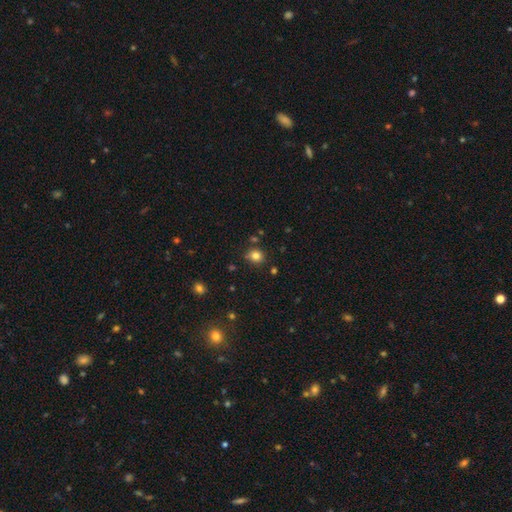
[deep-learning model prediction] The model was most divided on "how rounded": round: 80%, in between: 19%, cigar-shaped: 1%. More confident: smooth or featured — smooth (81%); merging — none (79%).